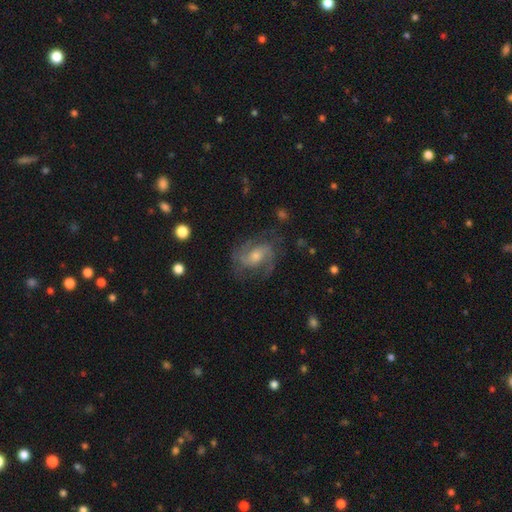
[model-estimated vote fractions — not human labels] This is clearly a featured or disk galaxy (82%). It is clearly not viewed edge-on (97%). Bar: marginally no (44%). Spiral arm pattern: clearly yes (95%). Spiral arm count: likely 2 (65%). Spiral winding: possibly medium (52%). Central bulge: possibly moderate (51%). Merging: likely none (72%).